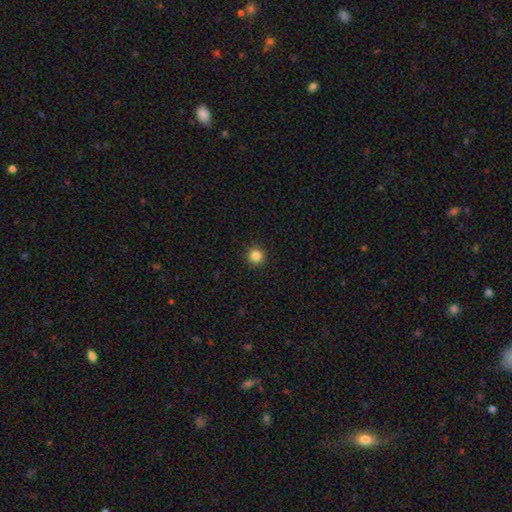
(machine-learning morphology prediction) smooth 85%, star or artifact 11%, featured or disk 4%. Down the decision tree: how rounded — round (96%); merging — none (93%).